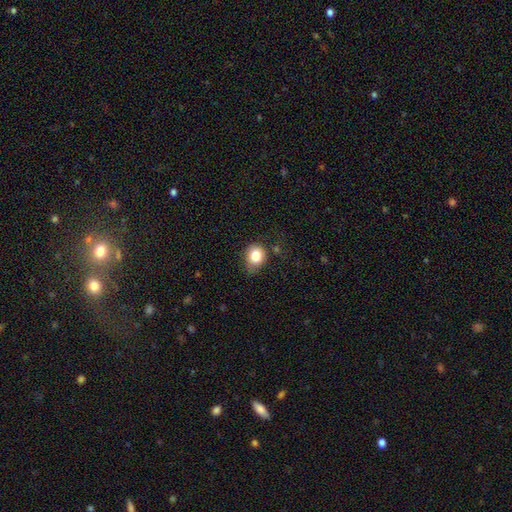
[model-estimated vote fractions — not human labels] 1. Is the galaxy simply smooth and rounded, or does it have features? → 81% smooth, 10% star or artifact, 9% featured or disk.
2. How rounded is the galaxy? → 63% round, 36% in between, 1% cigar-shaped.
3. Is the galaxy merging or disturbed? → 64% none, 26% minor disturbance, 7% major disturbance, 3% merger.